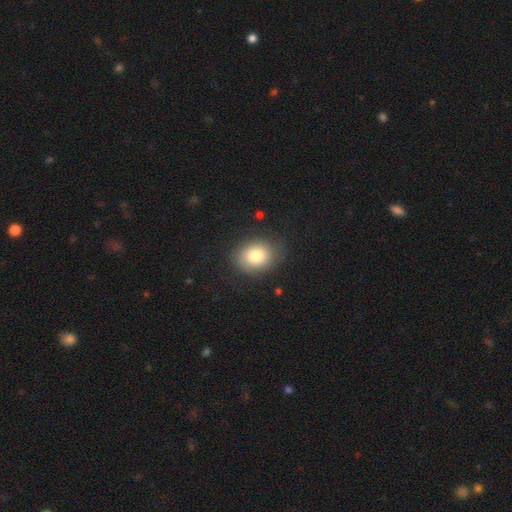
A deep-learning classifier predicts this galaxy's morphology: Smooth or featured? Predicted: smooth (p=0.80). How rounded? Predicted: round (p=0.54). Merging? Predicted: none (p=0.80).